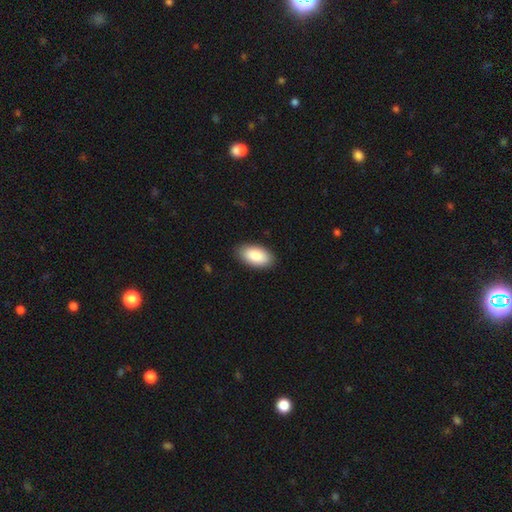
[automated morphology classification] Smooth or featured: smooth — 88% (featured or disk — 6%)
How rounded: in between — 95% (round — 3%)
Merging: none — 88% (minor disturbance — 9%)